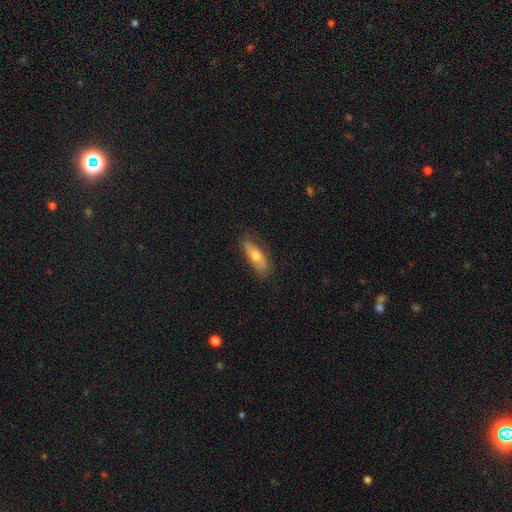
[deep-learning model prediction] This appears to be a smooth galaxy with no disk features (58%) that is in between round and cigar-shaped (56%). Merging: none (77%).